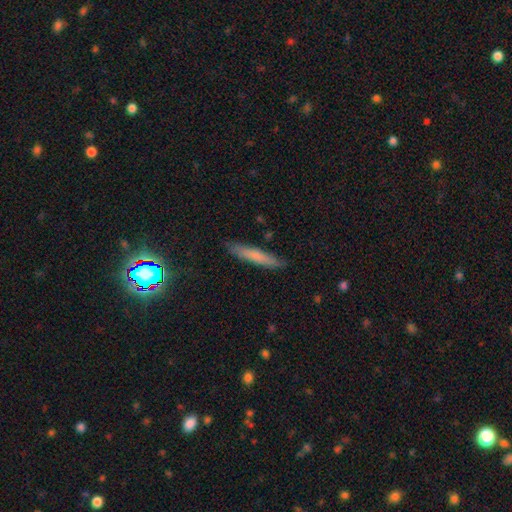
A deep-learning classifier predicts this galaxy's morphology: type=smooth (68%); roundness=cigar-shaped (92%); merging=none (86%).